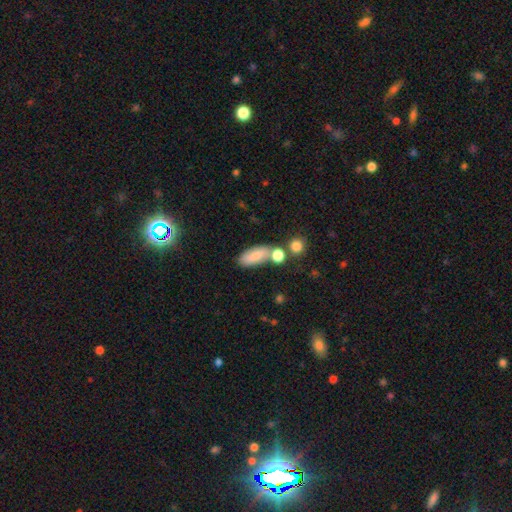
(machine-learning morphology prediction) A smooth galaxy with no disk features (76%) that is in between round and cigar-shaped (77%).

Vote fractions:
- Smooth or featured? smooth: 76% / featured or disk: 15% / star or artifact: 9%
- How rounded? in between: 77% / cigar-shaped: 18% / round: 5%
- Merging? none: 61% / merger: 19% / minor disturbance: 15% / major disturbance: 5%